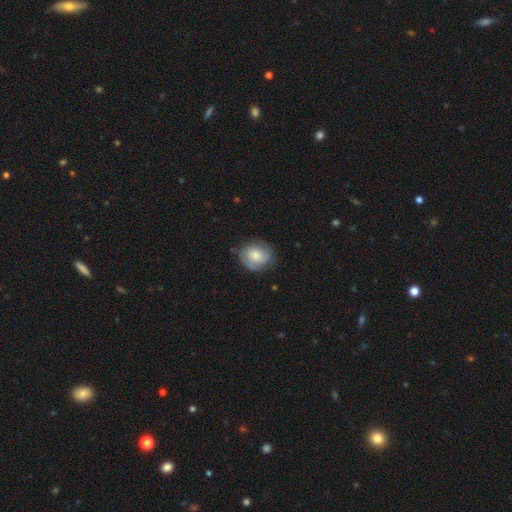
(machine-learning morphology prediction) This is possibly a smooth galaxy (53%). How rounded: likely round (68%). Merging: likely none (72%).